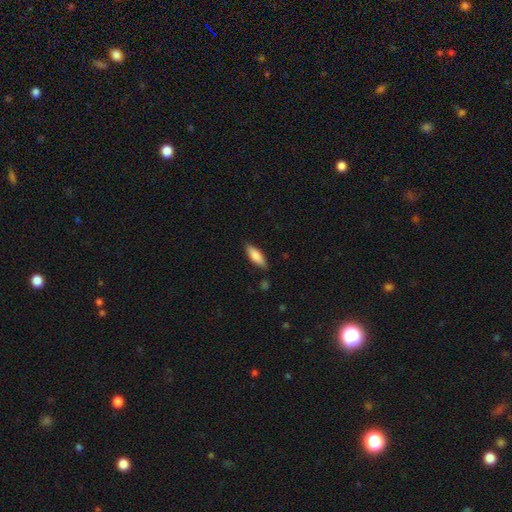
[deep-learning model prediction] Morphology: type=smooth (81%); roundness=in between (62%); merging=none (84%).